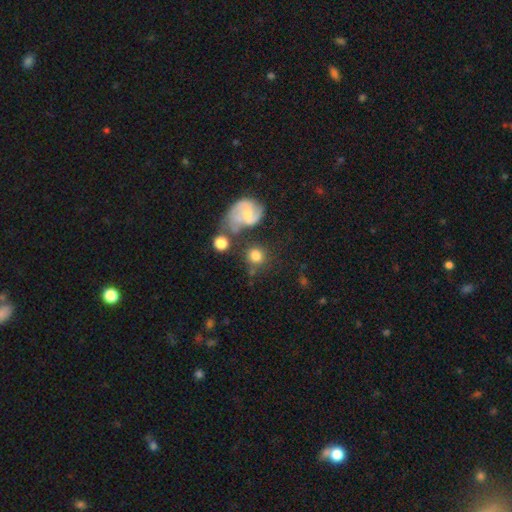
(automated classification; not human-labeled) The model was most divided on "merging": none: 62%, merger: 16%, minor disturbance: 14%, major disturbance: 8%. More confident: how rounded — round (86%); smooth or featured — smooth (75%).